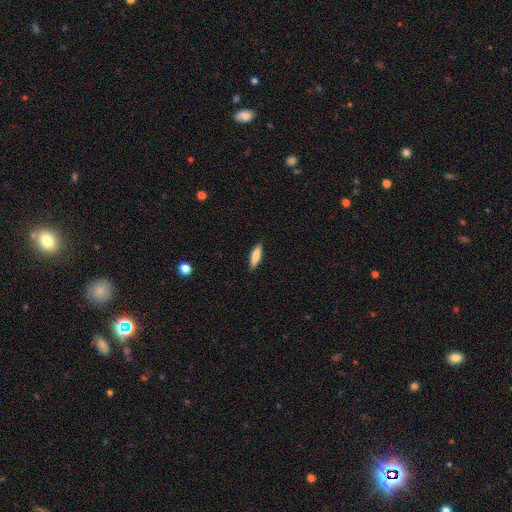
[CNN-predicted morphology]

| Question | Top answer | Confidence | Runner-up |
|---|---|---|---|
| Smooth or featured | smooth | 79% | featured or disk (15%) |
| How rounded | cigar-shaped | 59% | in between (39%) |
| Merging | none | 88% | minor disturbance (9%) |